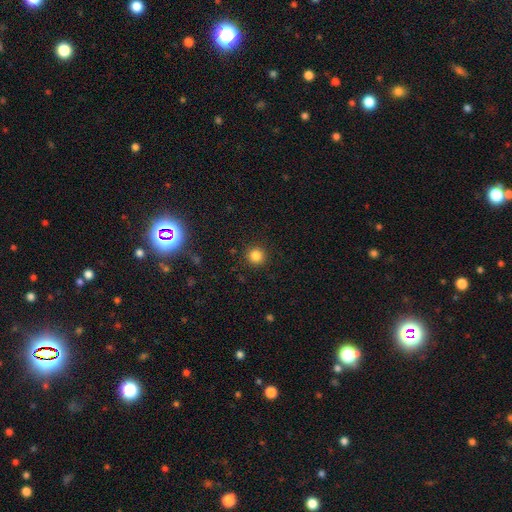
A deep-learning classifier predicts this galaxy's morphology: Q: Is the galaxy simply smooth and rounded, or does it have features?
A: smooth — 84%.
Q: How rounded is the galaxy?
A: round — 94%.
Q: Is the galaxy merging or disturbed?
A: none — 92%.